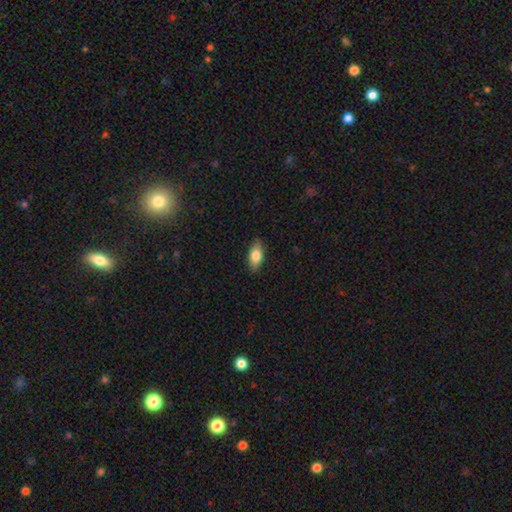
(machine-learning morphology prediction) smooth_or_featured: smooth (p=0.79) [alt: featured or disk p=0.15]
how_rounded: in between (p=0.86) [alt: cigar-shaped p=0.10]
merging: none (p=0.87) [alt: minor disturbance p=0.10]